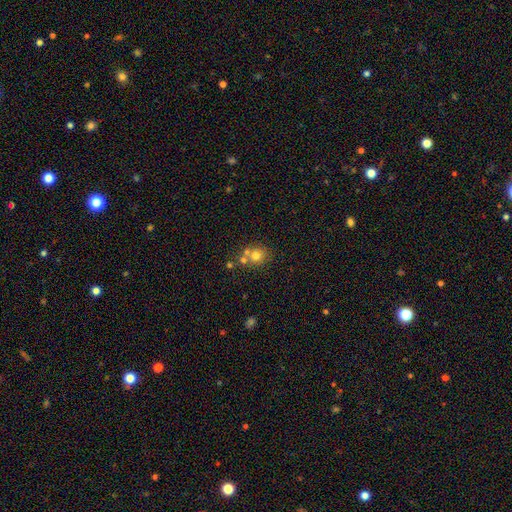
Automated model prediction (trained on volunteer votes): smooth 69%, featured or disk 17%, star or artifact 14%. Down the decision tree: how rounded — round (79%); merging — none (50%).